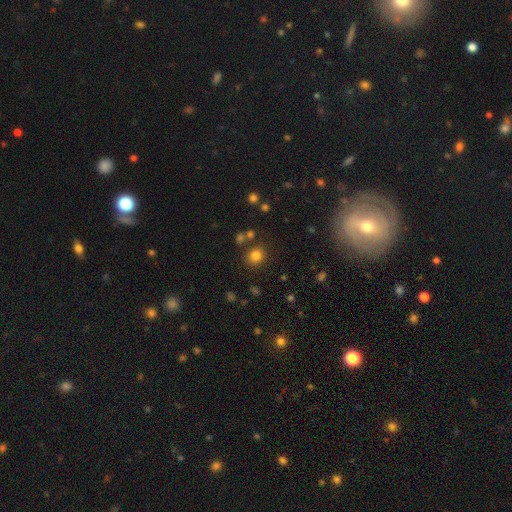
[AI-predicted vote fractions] Overall: smooth (80%). How rounded: round (83%). Merging: none (83%).